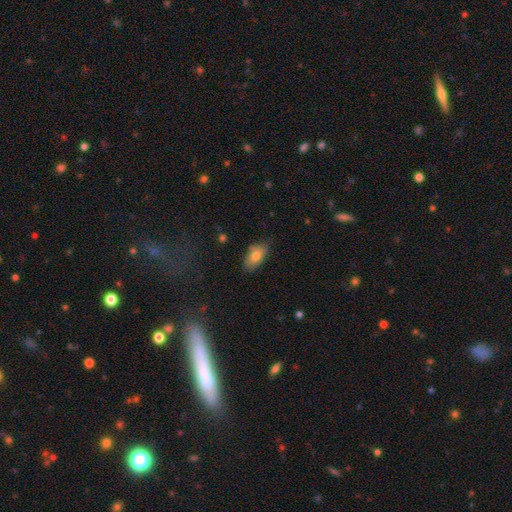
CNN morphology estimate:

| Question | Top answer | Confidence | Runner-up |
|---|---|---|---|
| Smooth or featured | smooth | 76% | featured or disk (17%) |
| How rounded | in between | 92% | round (5%) |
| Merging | none | 72% | minor disturbance (22%) |